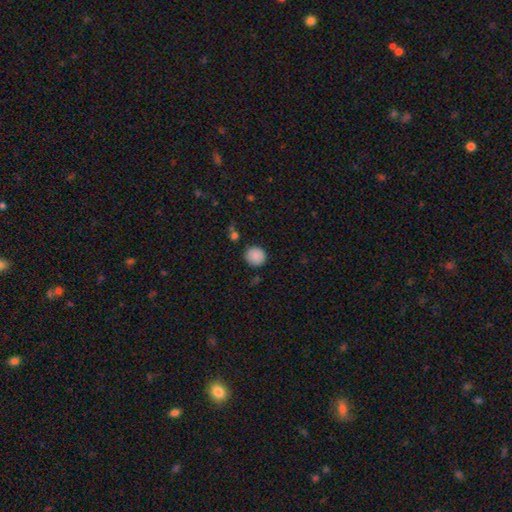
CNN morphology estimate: smooth-or-featured: smooth: 88% | star or artifact: 9% | featured or disk: 3%
  how-rounded: round: 89% | in between: 10% | cigar-shaped: 1%
  merging: none: 85% | minor disturbance: 10% | major disturbance: 3% | merger: 2%